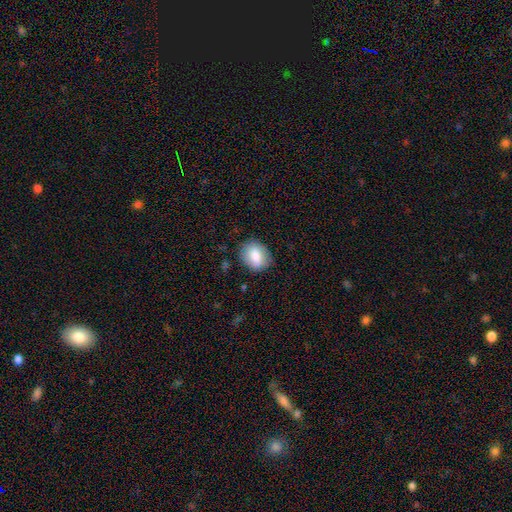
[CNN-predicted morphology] Smooth or featured? smooth (81%)
How rounded? in between (63%)
Merging? none (80%)